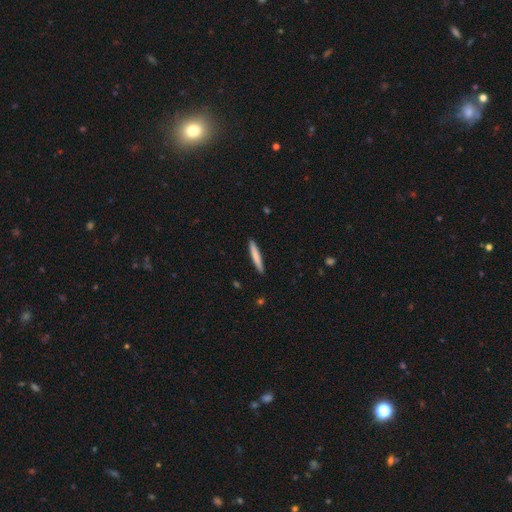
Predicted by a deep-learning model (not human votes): smooth_or_featured: smooth (p=0.79) [alt: featured or disk p=0.16]
how_rounded: cigar-shaped (p=0.95) [alt: in between p=0.04]
merging: none (p=0.92) [alt: minor disturbance p=0.06]